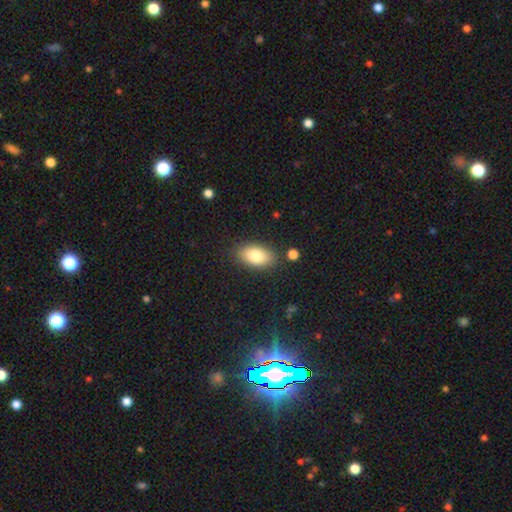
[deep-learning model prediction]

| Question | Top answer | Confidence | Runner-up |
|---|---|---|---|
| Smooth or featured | smooth | 80% | featured or disk (12%) |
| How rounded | in between | 91% | round (6%) |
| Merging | none | 84% | minor disturbance (11%) |